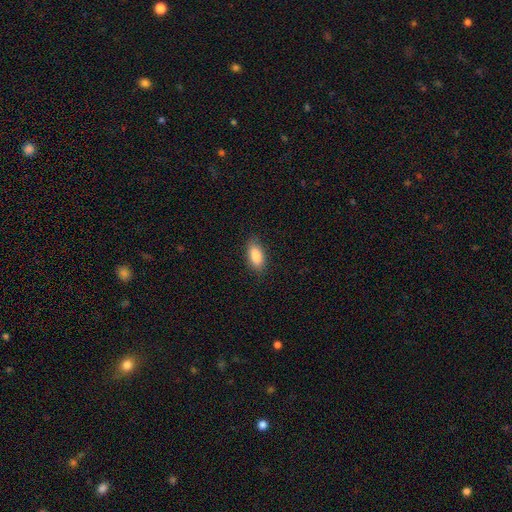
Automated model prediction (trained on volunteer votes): smooth_or_featured: smooth (p=0.87) [alt: featured or disk p=0.07]
how_rounded: in between (p=0.86) [alt: cigar-shaped p=0.11]
merging: none (p=0.84) [alt: minor disturbance p=0.12]